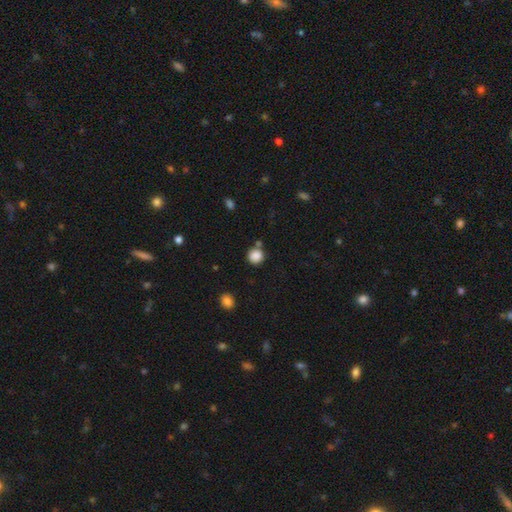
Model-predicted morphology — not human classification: Q: Smooth or featured?
A: smooth (86%); runner-up: star or artifact (10%)
Q: How rounded?
A: round (91%); runner-up: in between (8%)
Q: Merging?
A: none (74%); runner-up: merger (12%)